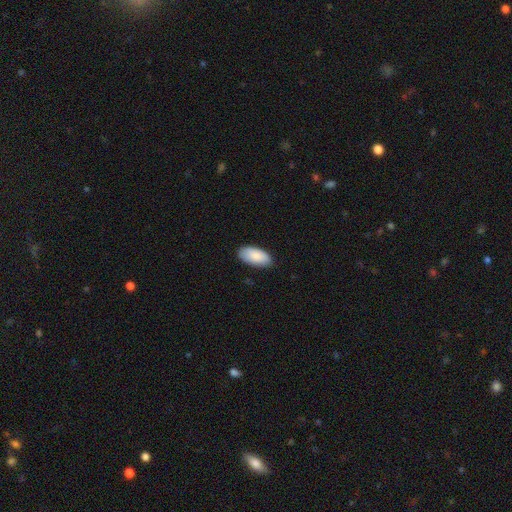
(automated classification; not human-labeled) Smooth or featured? Predicted: smooth (p=0.87). How rounded? Predicted: in between (p=0.95). Merging? Predicted: none (p=0.85).